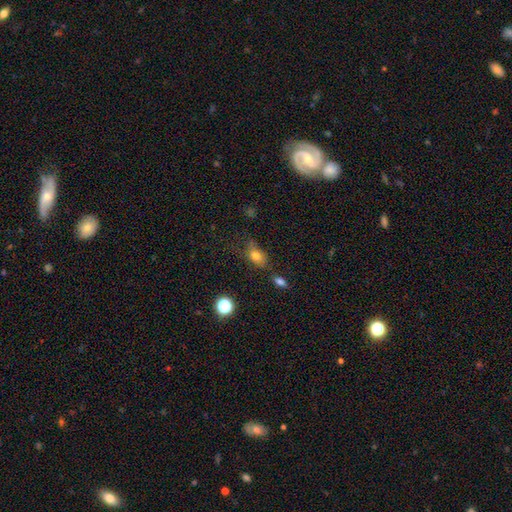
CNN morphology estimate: type=smooth (78%); roundness=in between (73%); merging=none (58%).